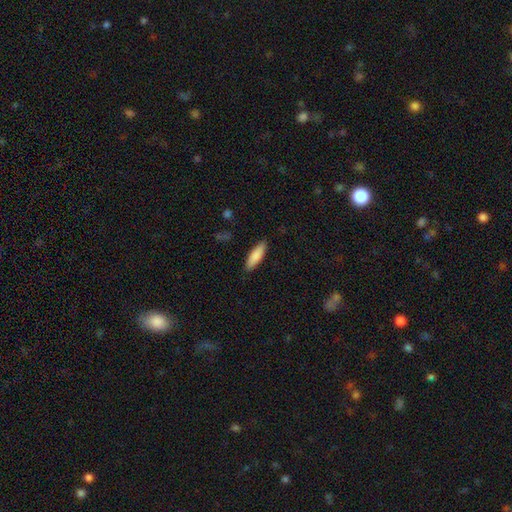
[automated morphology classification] A smooth galaxy with no disk features (86%) that is cigar-shaped (54%). Merging: none (88%).